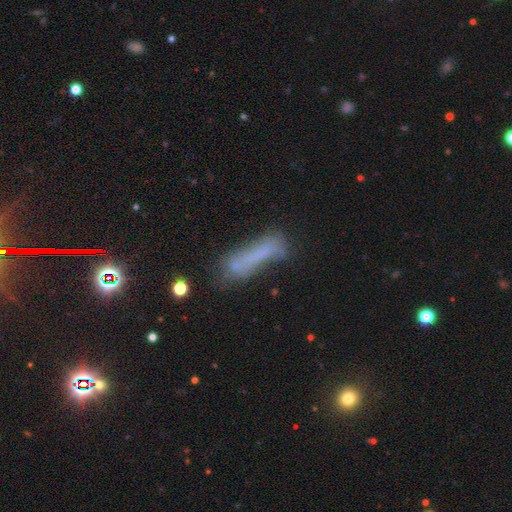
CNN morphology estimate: Smooth or featured?
  - smooth: 57% *
  - featured or disk: 25%
  - star or artifact: 18%
How rounded?
  - cigar-shaped: 74% *
  - in between: 23%
  - round: 3%
Merging?
  - none: 45% *
  - minor disturbance: 23%
  - major disturbance: 18%
  - merger: 14%